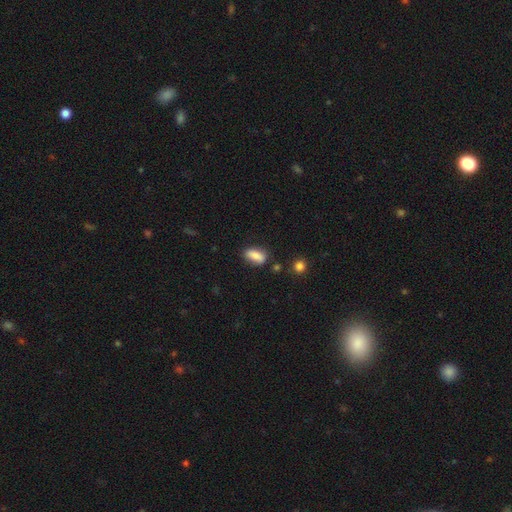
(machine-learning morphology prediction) Q: Smooth or featured?
A: smooth (85%); runner-up: star or artifact (8%)
Q: How rounded?
A: in between (82%); runner-up: cigar-shaped (13%)
Q: Merging?
A: none (75%); runner-up: minor disturbance (17%)